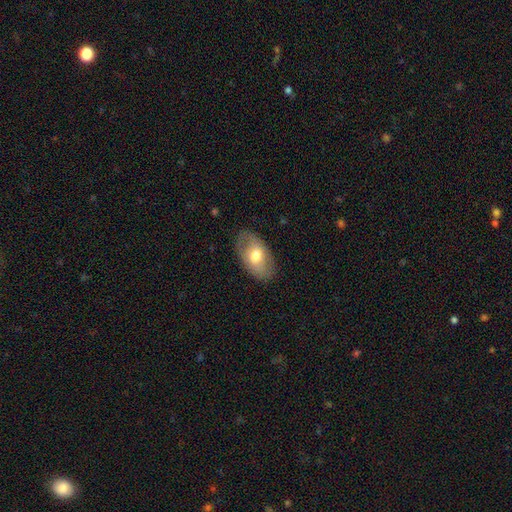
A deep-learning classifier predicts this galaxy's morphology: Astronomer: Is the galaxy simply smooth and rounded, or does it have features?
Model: smooth — 58% (runner-up: featured or disk, 36%).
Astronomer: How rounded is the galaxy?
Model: in between — 92%.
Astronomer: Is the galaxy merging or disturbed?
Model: none — 79%.